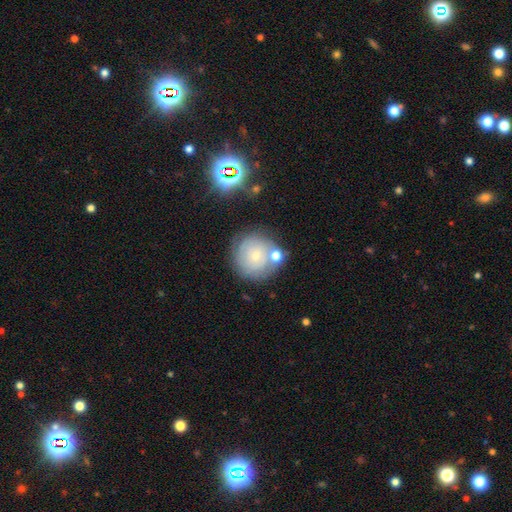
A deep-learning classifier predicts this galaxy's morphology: Overall: smooth (48%; featured or disk 42%). Merging: none (67%).